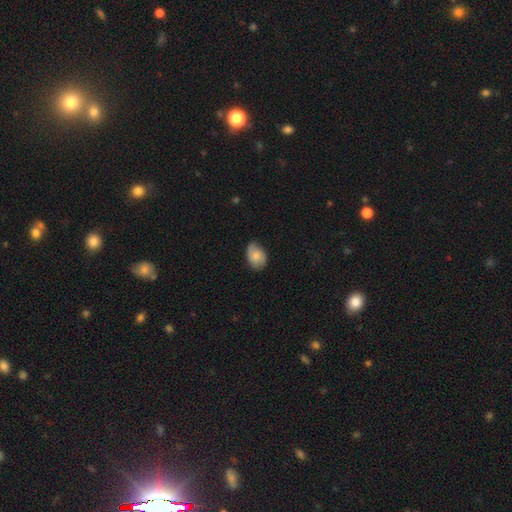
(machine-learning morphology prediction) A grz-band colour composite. It shows a smooth galaxy with no disk features (75%) that is in between round and cigar-shaped (74%). Merging: none (65%).